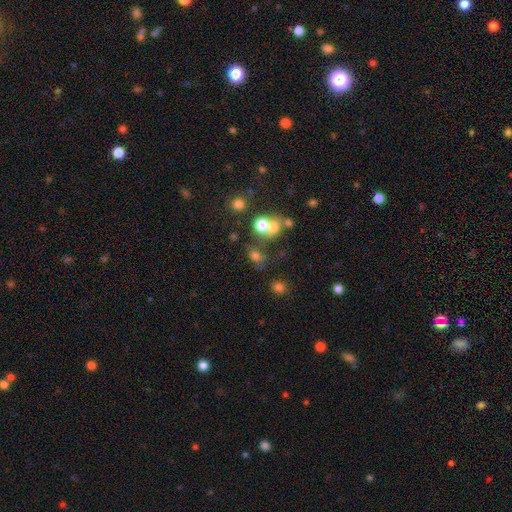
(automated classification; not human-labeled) Morphology: type=smooth (67%); roundness=round (51%); merging=none (51%).